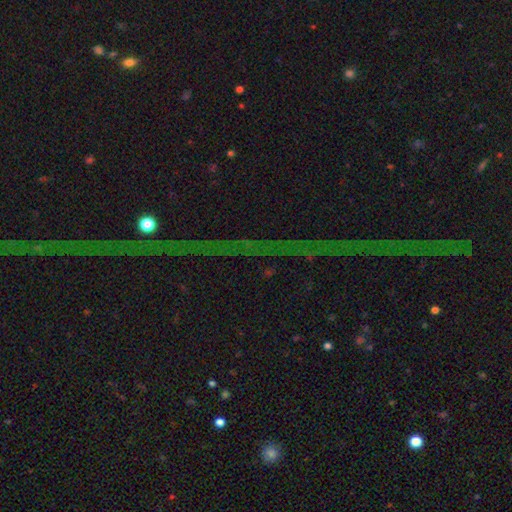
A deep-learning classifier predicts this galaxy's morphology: Smooth or featured? star or artifact (78%)